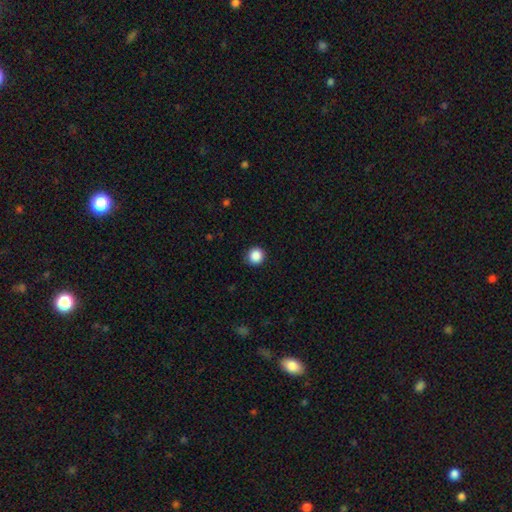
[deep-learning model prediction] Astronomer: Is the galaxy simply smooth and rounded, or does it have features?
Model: smooth — 88%.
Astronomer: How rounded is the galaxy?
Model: round — 93%.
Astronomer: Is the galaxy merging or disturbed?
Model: none — 89%.